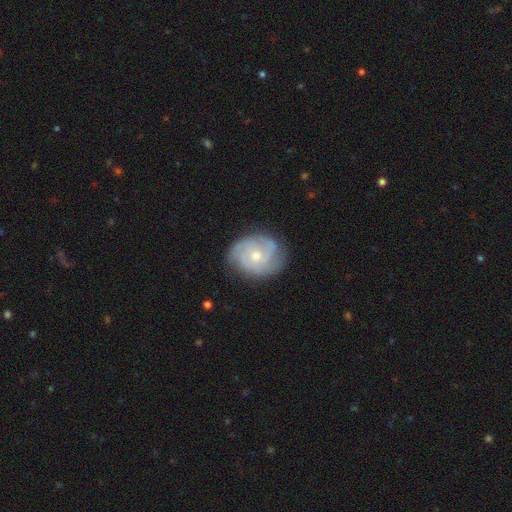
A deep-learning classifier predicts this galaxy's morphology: type=featured or disk (77%); edge-on=no (98%); bar=no (76%); spiral arms=yes (93%); winding=tight (58%); arm count=3 (36%); bulge=moderate (53%); merging=none (74%).